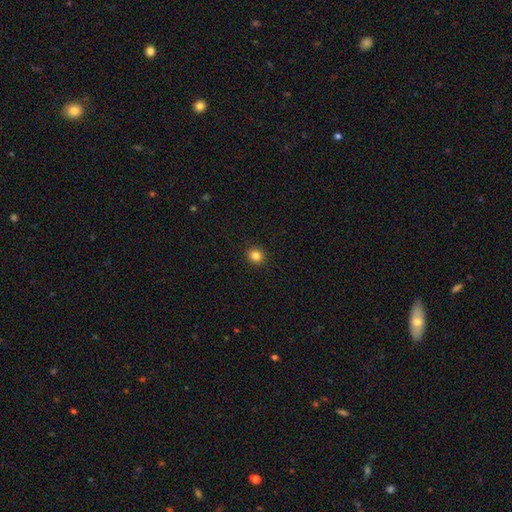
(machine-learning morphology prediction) This is clearly a smooth galaxy (84%). How rounded: clearly round (90%). Merging: clearly none (92%).